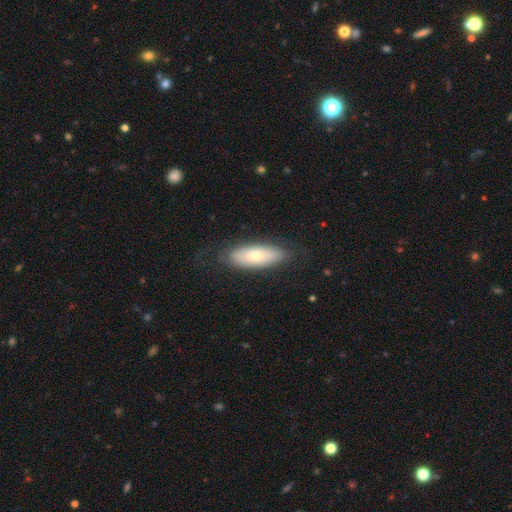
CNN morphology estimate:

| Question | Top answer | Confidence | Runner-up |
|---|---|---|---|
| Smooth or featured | smooth | 67% | featured or disk (27%) |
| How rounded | in between | 70% | cigar-shaped (28%) |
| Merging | none | 79% | minor disturbance (15%) |